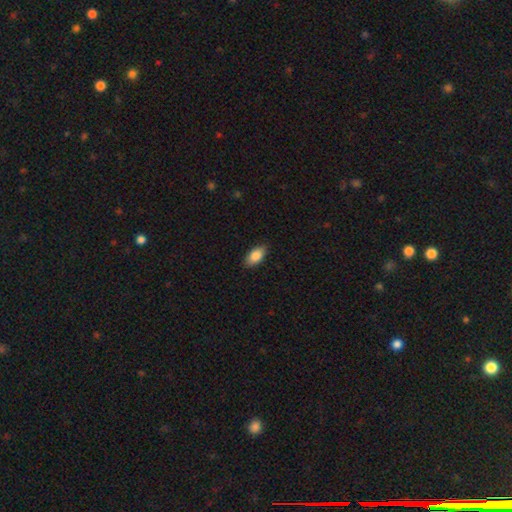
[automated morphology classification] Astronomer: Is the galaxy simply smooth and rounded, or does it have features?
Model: smooth — 85%.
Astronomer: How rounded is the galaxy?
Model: in between — 92%.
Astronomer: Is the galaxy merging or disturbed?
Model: none — 87%.